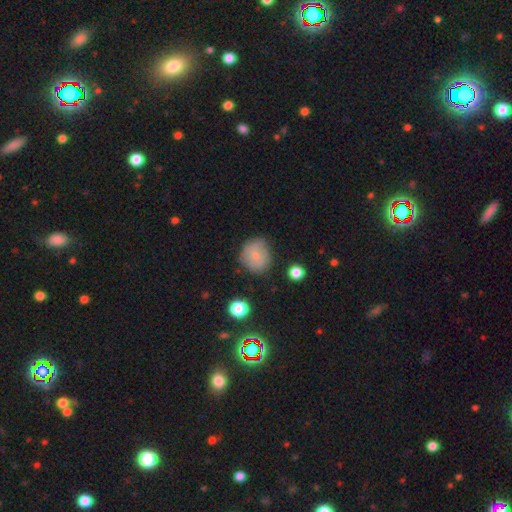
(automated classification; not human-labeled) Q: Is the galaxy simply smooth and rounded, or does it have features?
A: smooth — 71%.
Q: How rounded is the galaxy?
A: round — 80%.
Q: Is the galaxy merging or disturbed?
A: none — 67%.